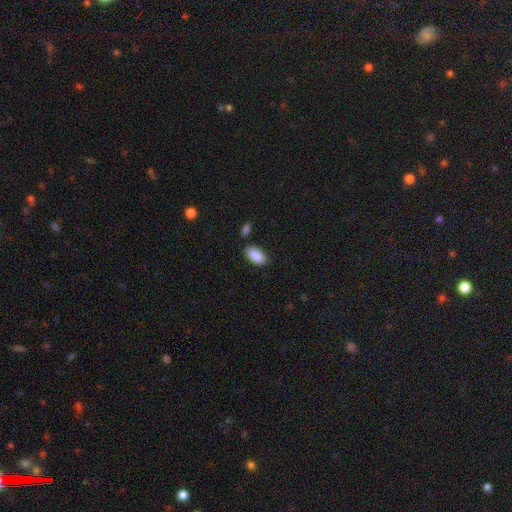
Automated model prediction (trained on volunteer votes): Q: Smooth or featured?
A: smooth (90%); runner-up: star or artifact (6%)
Q: How rounded?
A: in between (94%); runner-up: cigar-shaped (4%)
Q: Merging?
A: none (80%); runner-up: minor disturbance (13%)